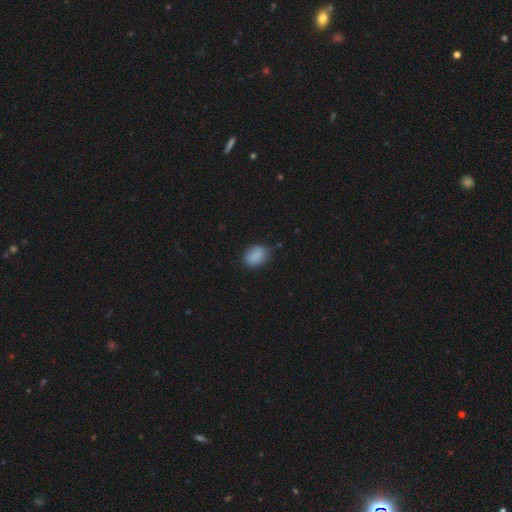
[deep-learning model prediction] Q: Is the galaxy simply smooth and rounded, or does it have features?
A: smooth — 88%.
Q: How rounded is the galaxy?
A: in between — 74%.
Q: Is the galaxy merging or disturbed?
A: none — 74%.